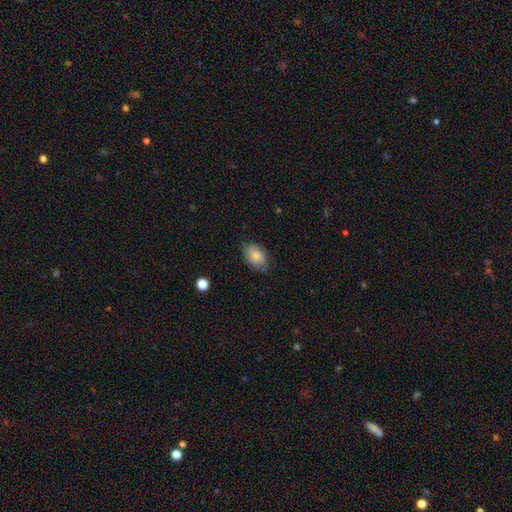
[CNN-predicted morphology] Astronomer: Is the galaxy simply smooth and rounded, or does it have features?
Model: smooth — 79%.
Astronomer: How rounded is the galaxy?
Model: in between — 88%.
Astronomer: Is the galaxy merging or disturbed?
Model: none — 75%.